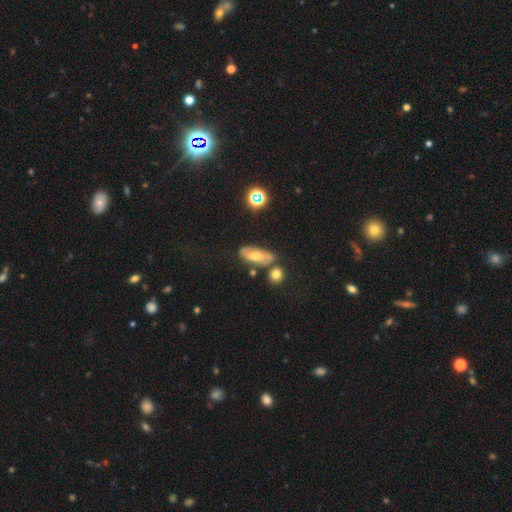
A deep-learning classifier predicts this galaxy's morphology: type=smooth (45%); merging=none (66%).